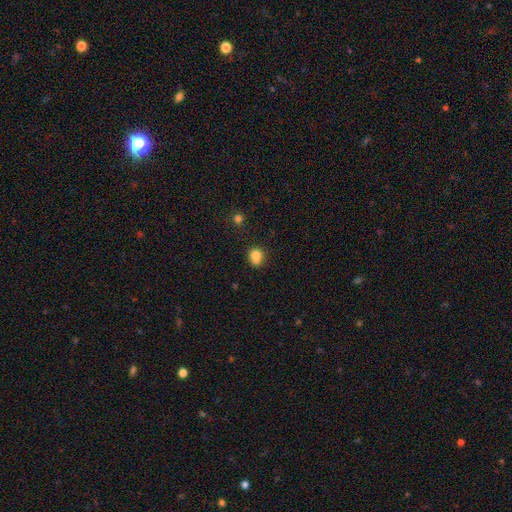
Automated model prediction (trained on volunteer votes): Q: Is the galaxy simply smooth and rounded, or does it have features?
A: smooth — 82%.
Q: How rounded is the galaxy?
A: round — 64%.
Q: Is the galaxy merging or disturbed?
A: none — 59%.